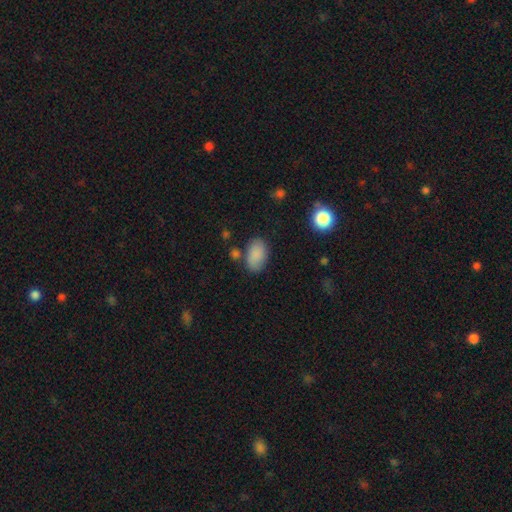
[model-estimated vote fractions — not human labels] A smooth galaxy with no disk features (84%) that is in between round and cigar-shaped (92%). Merging: none (72%).